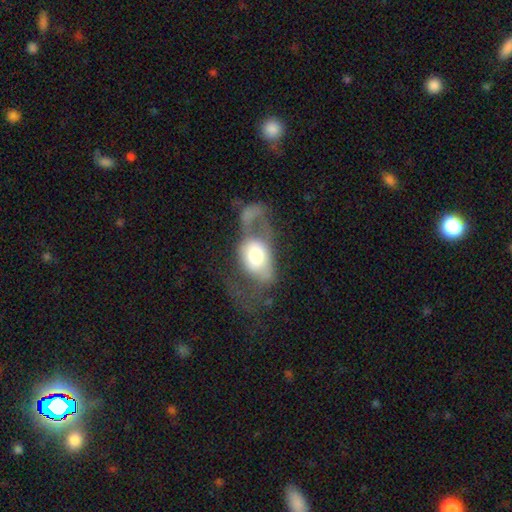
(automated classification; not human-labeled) The model was most divided on "smooth or featured": smooth: 56%, featured or disk: 36%, star or artifact: 8%. More confident: how rounded — in between (78%); merging — major disturbance (59%).